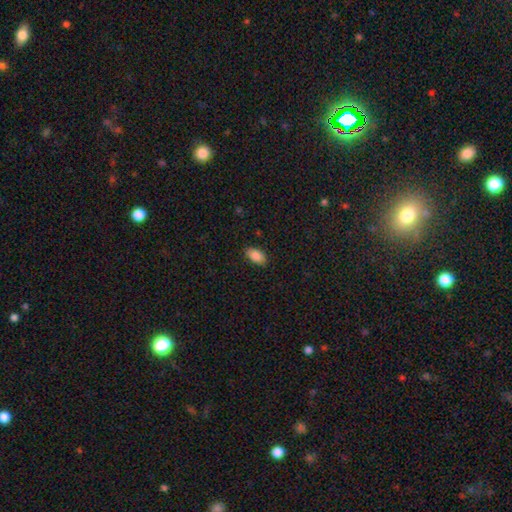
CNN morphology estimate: The model was most divided on "merging": none: 86%, minor disturbance: 10%, major disturbance: 2%, merger: 1%. More confident: how rounded — in between (94%); smooth or featured — smooth (88%).